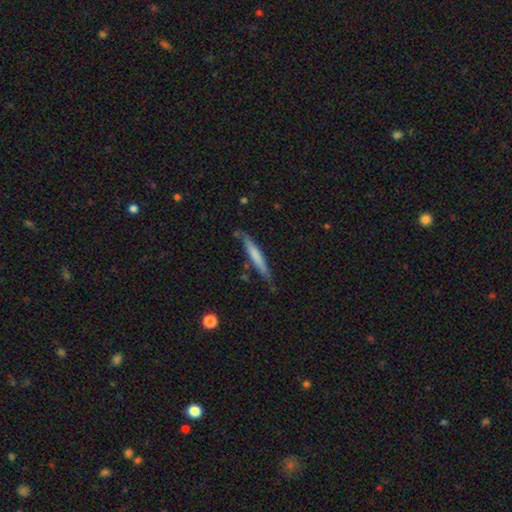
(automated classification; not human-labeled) Smooth or featured: smooth — 61% (featured or disk — 33%)
How rounded: cigar-shaped — 94% (in between — 4%)
Merging: none — 80% (minor disturbance — 15%)